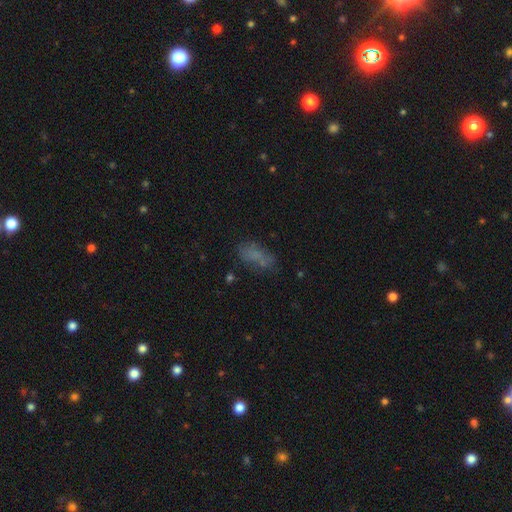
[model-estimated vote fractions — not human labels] A smooth galaxy with no disk features (65%) that is in between round and cigar-shaped (79%). Merging: none (58%).